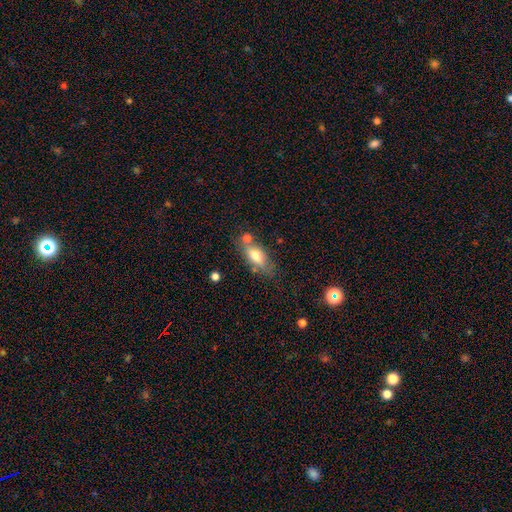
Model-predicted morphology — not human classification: smooth_or_featured: smooth (p=0.71) [alt: featured or disk p=0.21]
how_rounded: in between (p=0.80) [alt: cigar-shaped p=0.15]
merging: none (p=0.59) [alt: minor disturbance p=0.18]